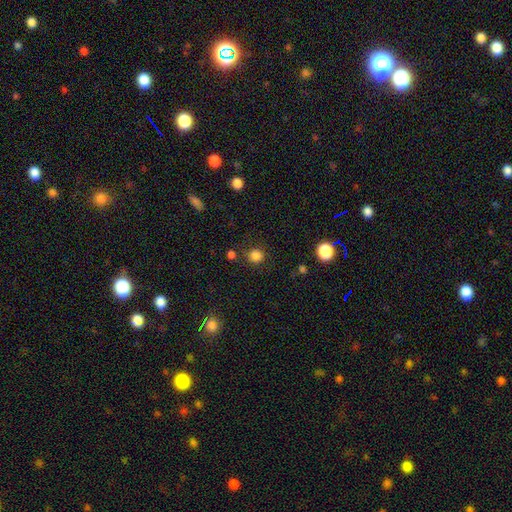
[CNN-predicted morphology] Smooth or featured: smooth — 83% (star or artifact — 13%)
How rounded: round — 89% (in between — 10%)
Merging: none — 82% (minor disturbance — 10%)